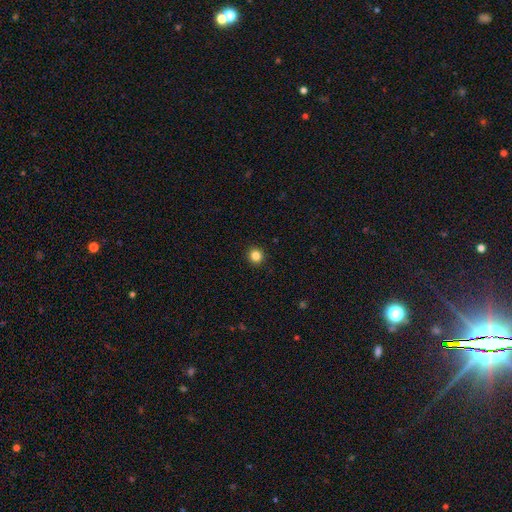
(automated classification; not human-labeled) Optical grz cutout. It shows a smooth galaxy with no disk features (84%) that is round (92%). Merging: none (93%).